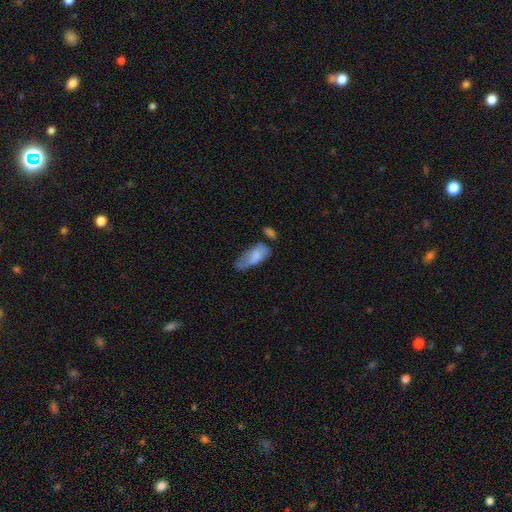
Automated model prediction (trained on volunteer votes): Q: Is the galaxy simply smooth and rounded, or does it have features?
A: smooth — 72%.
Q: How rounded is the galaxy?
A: in between — 83%.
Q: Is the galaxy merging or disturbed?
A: minor disturbance — 34%.